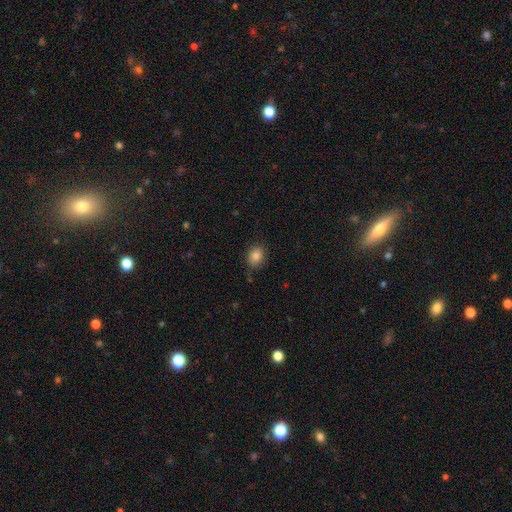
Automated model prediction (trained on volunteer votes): Smooth or featured?
  - smooth: 84% *
  - star or artifact: 10%
  - featured or disk: 6%
How rounded?
  - in between: 55% *
  - round: 44%
  - cigar-shaped: 1%
Merging?
  - none: 83% *
  - minor disturbance: 12%
  - major disturbance: 3%
  - merger: 1%